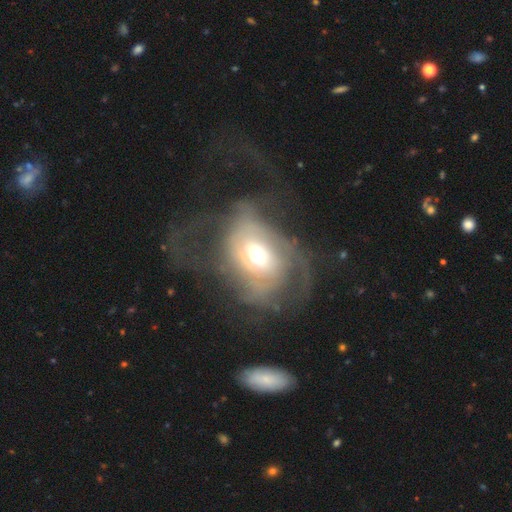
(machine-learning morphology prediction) A featured or disk galaxy (63%) with no bar (74%), spiral arms (56%) and a moderate central bulge (65%).

Vote fractions:
- Smooth or featured? featured or disk: 63% / smooth: 28% / star or artifact: 8%
- Edge-on disk? no: 95% / yes: 5%
- Bar? no: 74% / weak: 20% / strong: 6%
- Spiral arms? yes: 56% / no: 44%
- Bulge size? moderate: 65% / large: 16% / small: 15% / dominant: 2% / none: 1%
- Merging? major disturbance: 54% / none: 27% / minor disturbance: 16% / merger: 3%